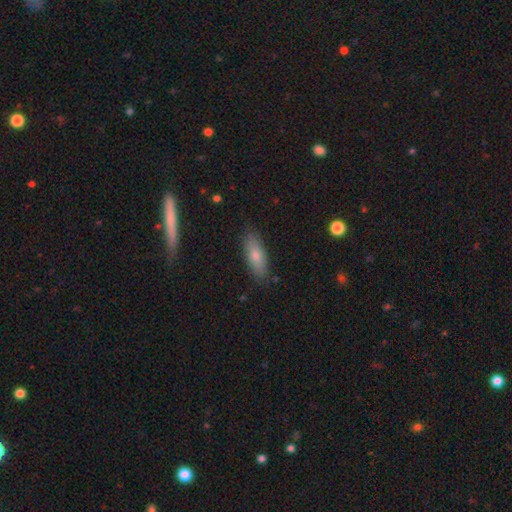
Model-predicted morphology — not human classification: Smooth or featured?
  - smooth: 76% *
  - featured or disk: 17%
  - star or artifact: 7%
How rounded?
  - in between: 68% *
  - cigar-shaped: 30%
  - round: 2%
Merging?
  - none: 84% *
  - minor disturbance: 12%
  - major disturbance: 3%
  - merger: 2%